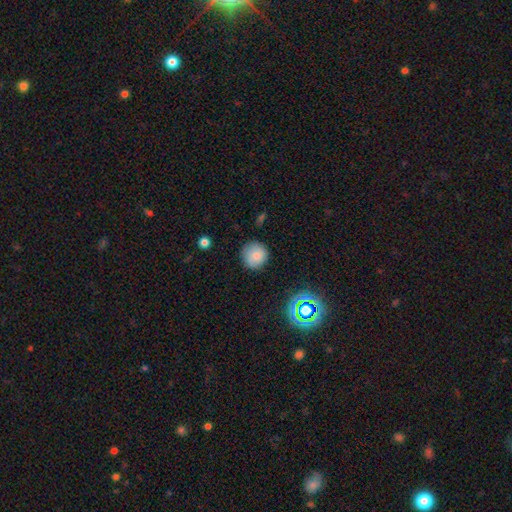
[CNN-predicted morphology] This appears to be a smooth galaxy with no disk features (82%) that is round (93%). Merging: none (86%).